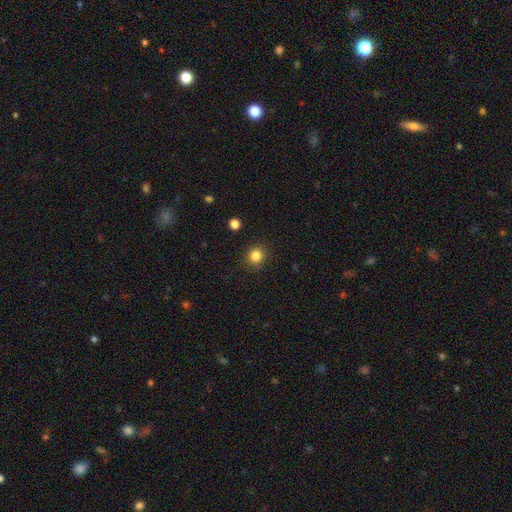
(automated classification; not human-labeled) This is clearly a smooth galaxy (84%). How rounded: clearly round (89%). Merging: clearly none (89%).